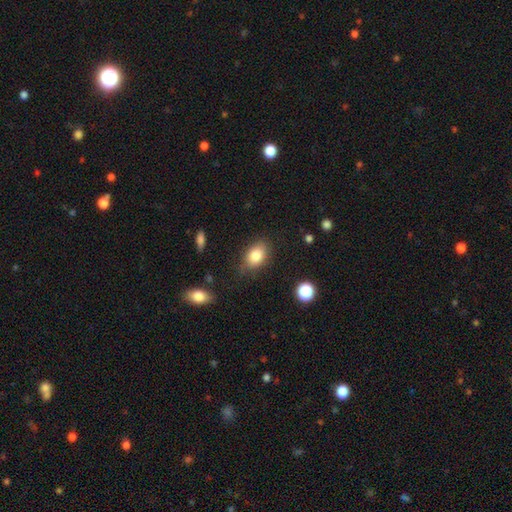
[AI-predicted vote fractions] Smooth or featured?
  - smooth: 82% *
  - featured or disk: 9%
  - star or artifact: 9%
How rounded?
  - in between: 82% *
  - round: 17%
  - cigar-shaped: 2%
Merging?
  - none: 76% *
  - minor disturbance: 17%
  - major disturbance: 5%
  - merger: 2%